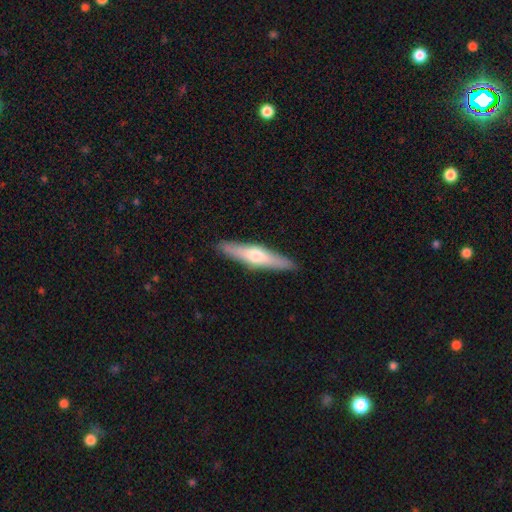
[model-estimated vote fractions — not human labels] Q: Smooth or featured?
A: featured or disk (49%); runner-up: smooth (46%)
Q: Merging?
A: none (89%); runner-up: minor disturbance (8%)